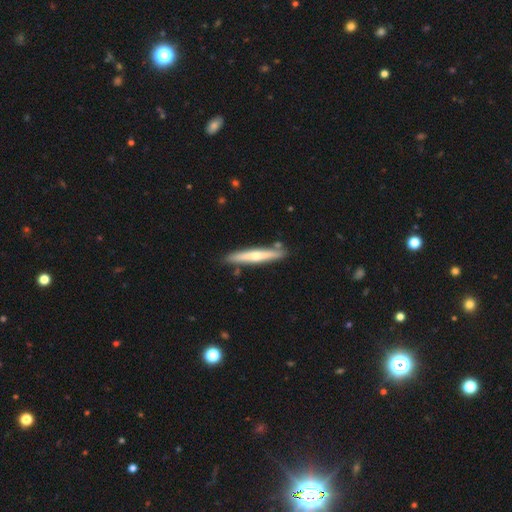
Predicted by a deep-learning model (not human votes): A featured or disk galaxy (53%) viewed edge-on (94%) with a rounded central bulge (80%).

Vote fractions:
- Smooth or featured? featured or disk: 53% / smooth: 42% / star or artifact: 5%
- Edge-on disk? yes: 94% / no: 6%
- Edge-on bulge? rounded: 80% / none: 16% / boxy: 3%
- Merging? none: 84% / minor disturbance: 10% / merger: 4% / major disturbance: 2%